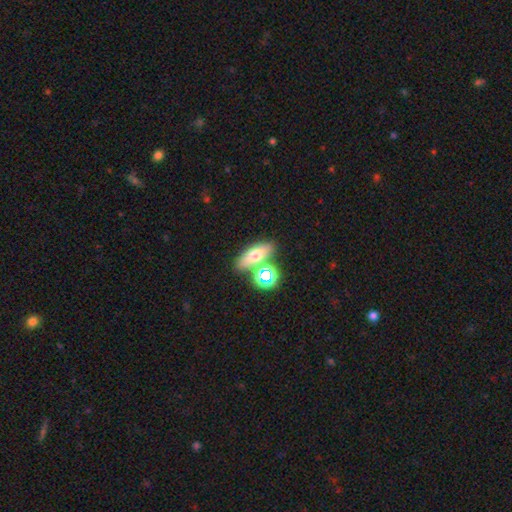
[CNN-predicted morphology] smooth 60%, featured or disk 22%, star or artifact 18%. Down the decision tree: how rounded — in between (60%); merging — none (68%).